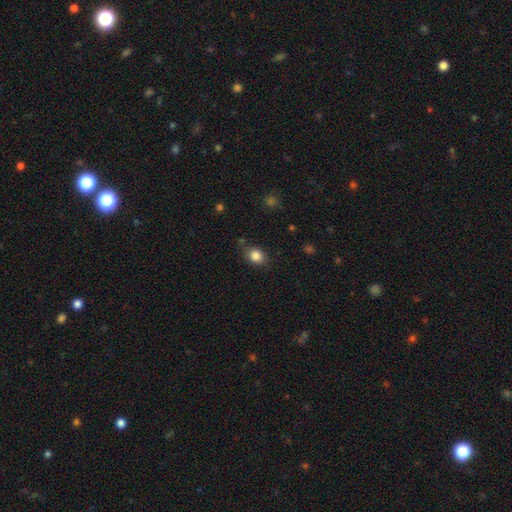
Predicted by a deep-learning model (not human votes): The model was most divided on "how rounded": round: 54%, in between: 45%, cigar-shaped: 1%. More confident: smooth or featured — smooth (84%); merging — none (78%).